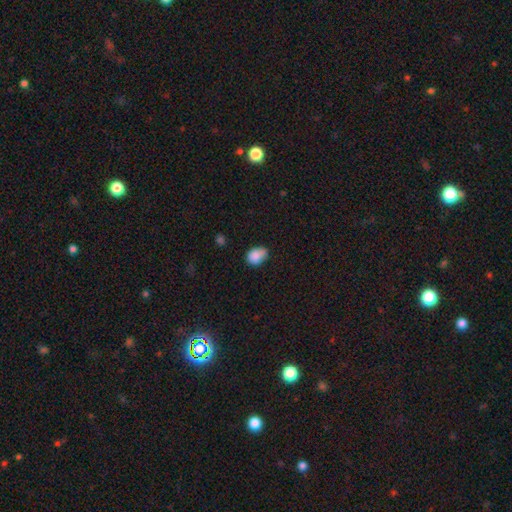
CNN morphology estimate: type=smooth (84%); roundness=in between (64%); merging=none (50%).